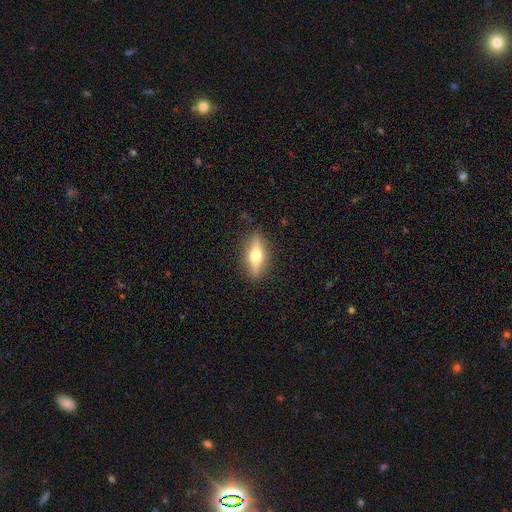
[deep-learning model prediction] Smooth or featured? featured or disk (48%)
Merging? none (87%)